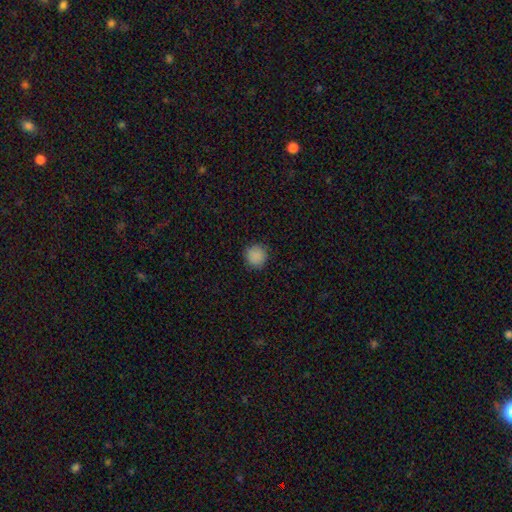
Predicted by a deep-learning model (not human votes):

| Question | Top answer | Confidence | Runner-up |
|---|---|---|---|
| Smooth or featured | smooth | 88% | star or artifact (9%) |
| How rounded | round | 93% | in between (6%) |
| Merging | none | 89% | minor disturbance (7%) |